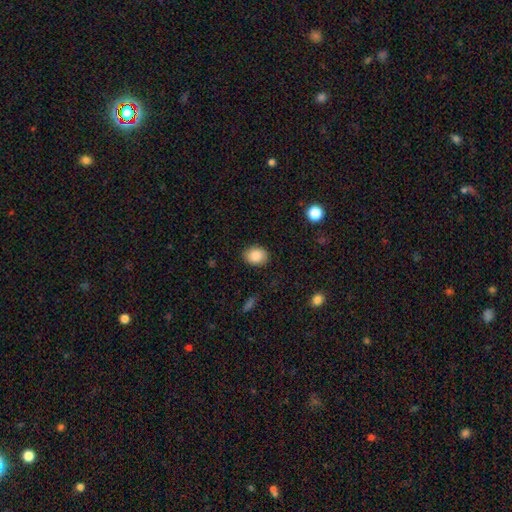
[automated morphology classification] Smooth or featured?
  - smooth: 87% *
  - star or artifact: 8%
  - featured or disk: 4%
How rounded?
  - in between: 53% *
  - round: 46%
  - cigar-shaped: 1%
Merging?
  - none: 87% *
  - minor disturbance: 9%
  - major disturbance: 3%
  - merger: 1%